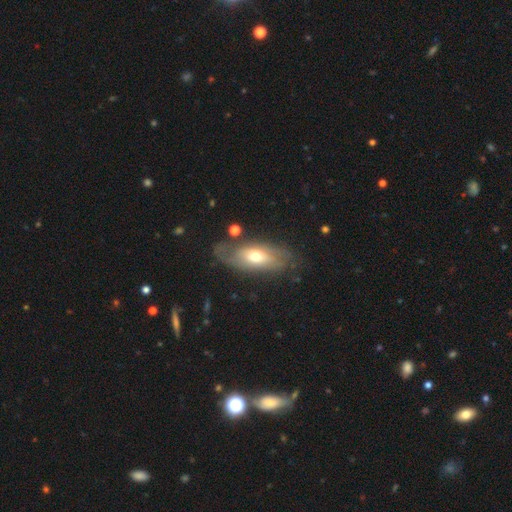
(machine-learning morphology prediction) Smooth or featured? Predicted: featured or disk (p=0.48). Merging? Predicted: none (p=0.60).